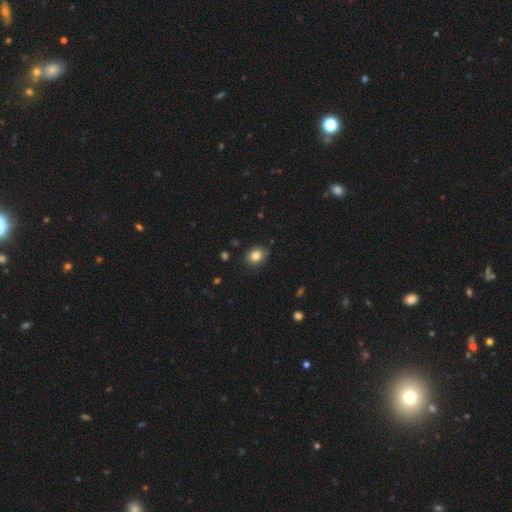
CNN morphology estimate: smooth-or-featured: smooth: 84% | star or artifact: 9% | featured or disk: 6%
  how-rounded: round: 50% | in between: 49% | cigar-shaped: 1%
  merging: none: 82% | minor disturbance: 14% | major disturbance: 3% | merger: 1%